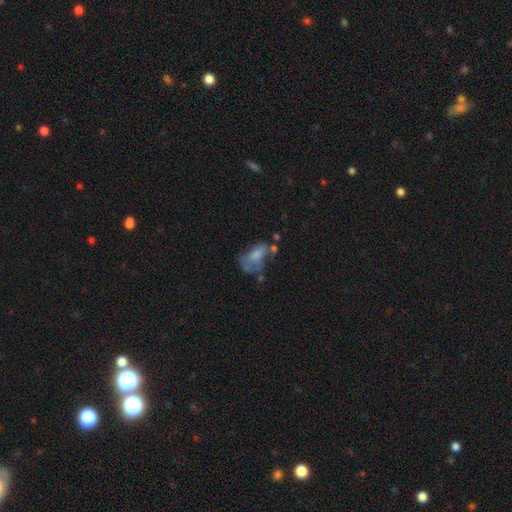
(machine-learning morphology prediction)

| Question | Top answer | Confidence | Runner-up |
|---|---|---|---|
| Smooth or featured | smooth | 54% | featured or disk (33%) |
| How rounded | in between | 85% | round (10%) |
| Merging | major disturbance | 34% | none (25%) |